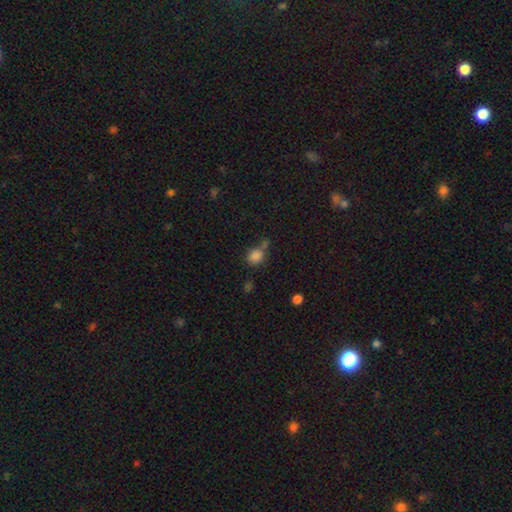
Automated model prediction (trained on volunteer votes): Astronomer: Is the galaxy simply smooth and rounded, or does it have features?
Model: smooth — 83%.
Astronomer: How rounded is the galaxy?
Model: round — 66%.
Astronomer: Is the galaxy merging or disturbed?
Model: none — 54%.